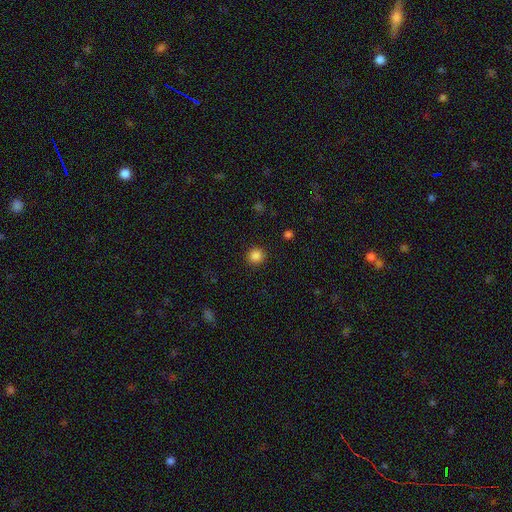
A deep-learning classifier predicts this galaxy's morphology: A smooth galaxy with no disk features (85%) that is round (93%).

Vote fractions:
- Smooth or featured? smooth: 85% / star or artifact: 11% / featured or disk: 3%
- How rounded? round: 93% / in between: 6% / cigar-shaped: 1%
- Merging? none: 92% / minor disturbance: 5% / major disturbance: 2% / merger: 1%